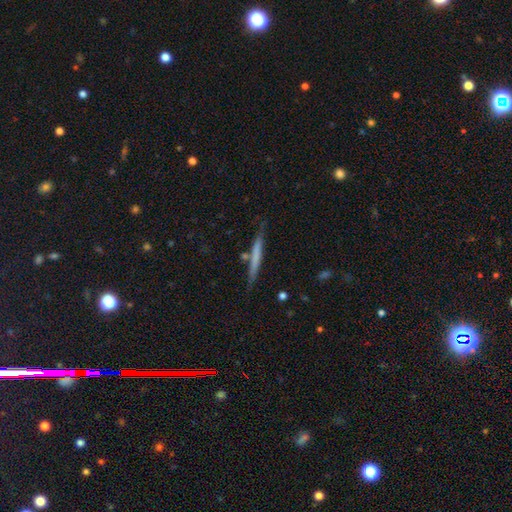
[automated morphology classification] smooth 55%, featured or disk 40%, star or artifact 6%. Down the decision tree: how rounded — cigar-shaped (96%); merging — none (79%).